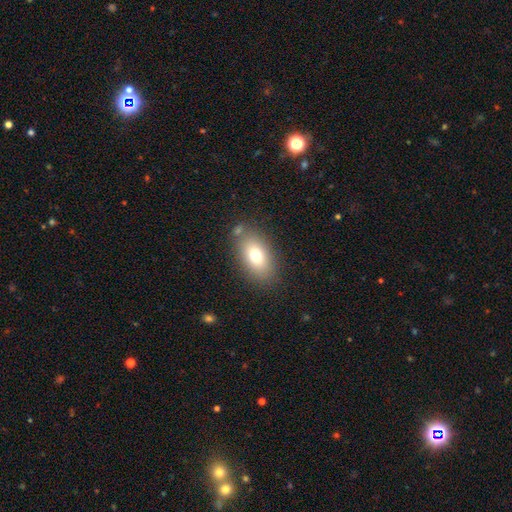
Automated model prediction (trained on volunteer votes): Smooth or featured?
  - smooth: 75% *
  - featured or disk: 16%
  - star or artifact: 10%
How rounded?
  - in between: 89% *
  - round: 8%
  - cigar-shaped: 3%
Merging?
  - none: 78% *
  - minor disturbance: 12%
  - merger: 6%
  - major disturbance: 4%